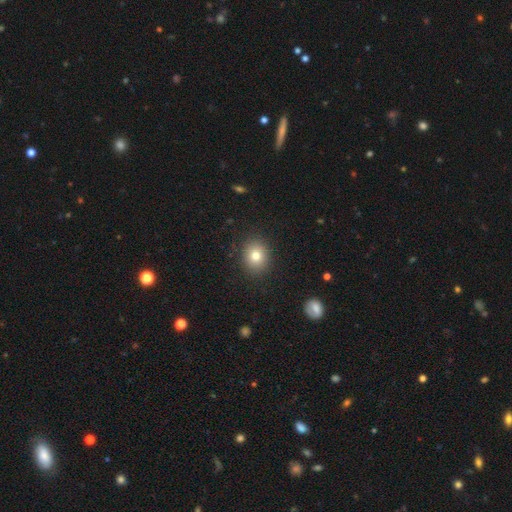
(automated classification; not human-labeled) Smooth or featured?
  - smooth: 78% *
  - star or artifact: 12%
  - featured or disk: 10%
How rounded?
  - round: 69% *
  - in between: 31%
  - cigar-shaped: 1%
Merging?
  - none: 89% *
  - minor disturbance: 8%
  - major disturbance: 3%
  - merger: 1%